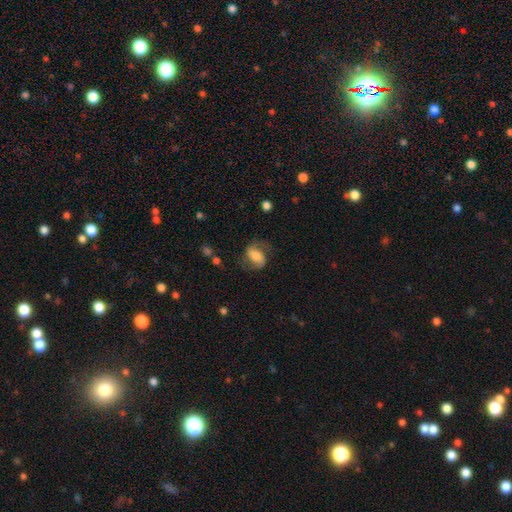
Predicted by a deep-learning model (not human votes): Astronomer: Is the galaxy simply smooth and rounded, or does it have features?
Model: featured or disk — 55% (runner-up: smooth, 37%).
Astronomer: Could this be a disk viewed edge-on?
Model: no — 96%.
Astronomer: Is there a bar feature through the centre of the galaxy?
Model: weak — 38% (runner-up: no, 33%).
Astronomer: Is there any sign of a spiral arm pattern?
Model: yes — 88%.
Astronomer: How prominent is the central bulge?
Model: moderate — 50%.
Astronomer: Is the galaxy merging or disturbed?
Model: none — 64%.